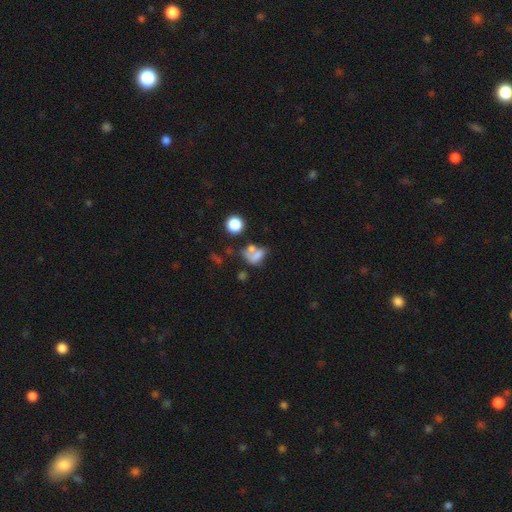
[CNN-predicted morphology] Overall: smooth (59%; featured or disk 25%). How rounded: in between (66%; round 31%). Merging: merger (38%; none 24%).